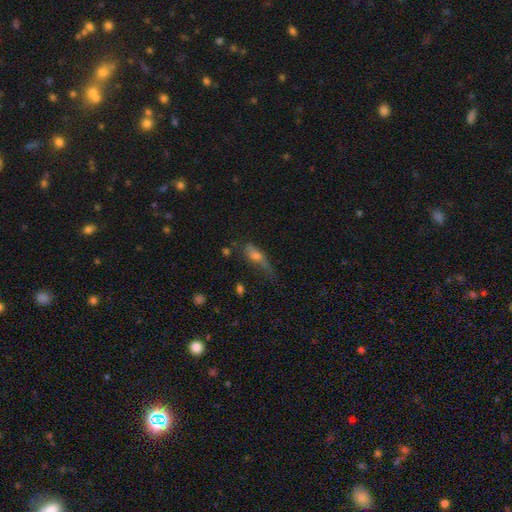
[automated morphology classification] Smooth or featured? Predicted: smooth (p=0.56). How rounded? Predicted: in between (p=0.50). Merging? Predicted: none (p=0.36).